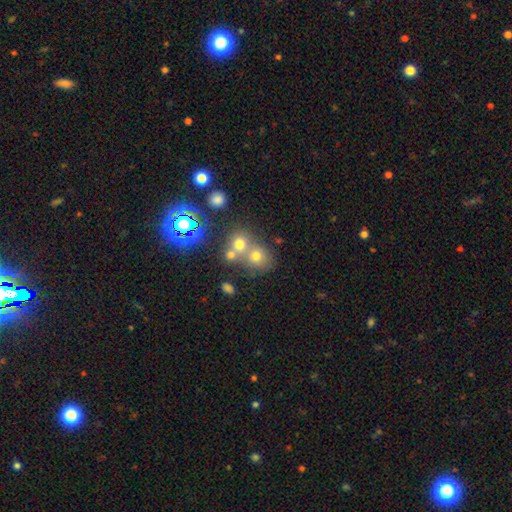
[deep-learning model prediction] This appears to be a smooth galaxy with no disk features (46%). Merging: none (47%).